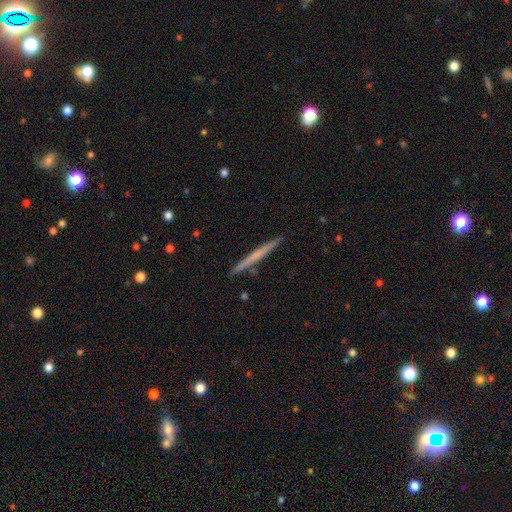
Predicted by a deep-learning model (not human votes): Smooth or featured?
  - featured or disk: 48% *
  - smooth: 47%
  - star or artifact: 5%
Merging?
  - none: 90% *
  - minor disturbance: 7%
  - merger: 2%
  - major disturbance: 1%